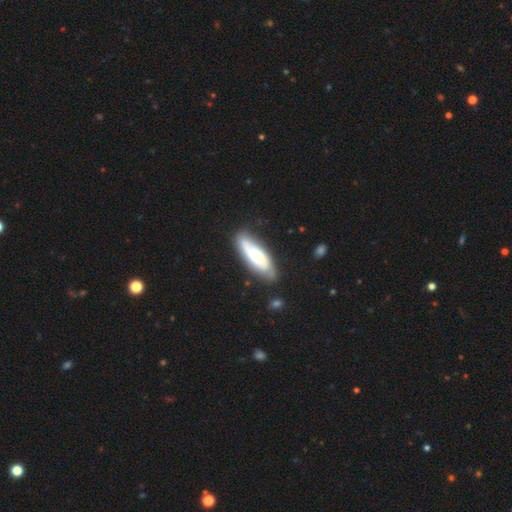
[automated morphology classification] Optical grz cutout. It shows a featured or disk galaxy (48%). Merging: none (73%).